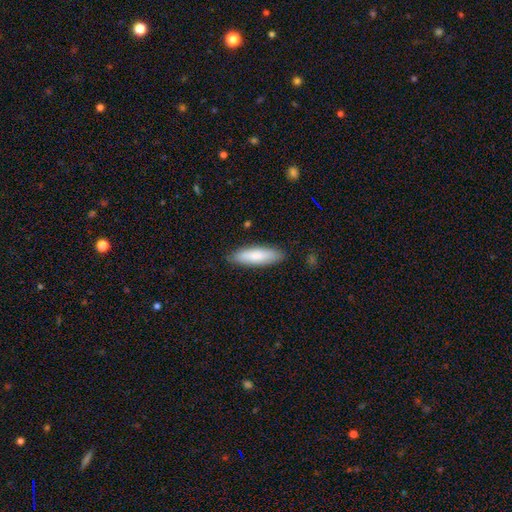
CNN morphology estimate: This is clearly a smooth galaxy (82%). How rounded: possibly cigar-shaped (57%). Merging: clearly none (86%).